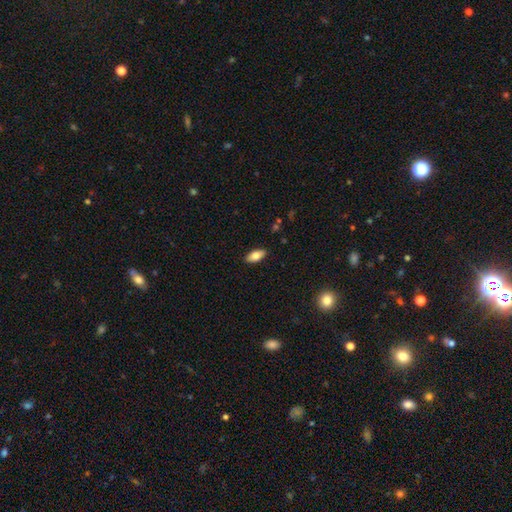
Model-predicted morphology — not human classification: This appears to be a smooth galaxy with no disk features (79%) that is in between round and cigar-shaped (88%). Merging: none (89%).